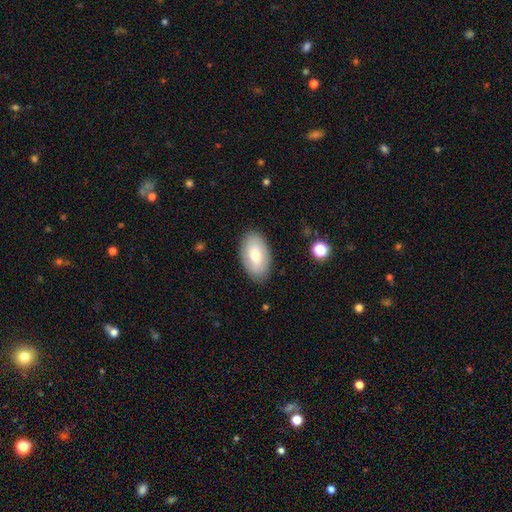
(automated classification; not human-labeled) smooth_or_featured: smooth (p=0.71) [alt: featured or disk p=0.22]
how_rounded: in between (p=0.94) [alt: round p=0.04]
merging: none (p=0.85) [alt: minor disturbance p=0.11]